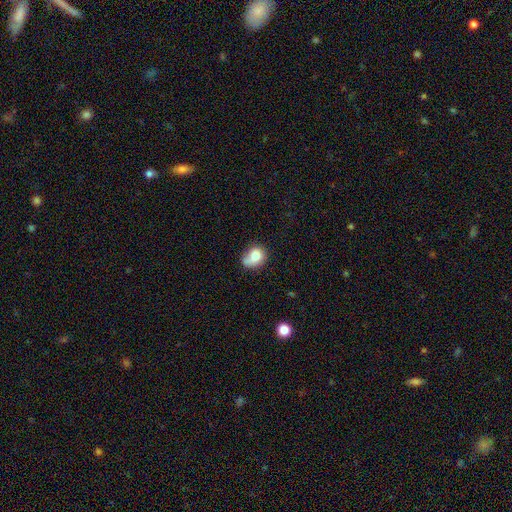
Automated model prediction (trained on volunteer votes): smooth 77%, featured or disk 15%, star or artifact 9%. Down the decision tree: how rounded — round (56%); merging — none (44%).